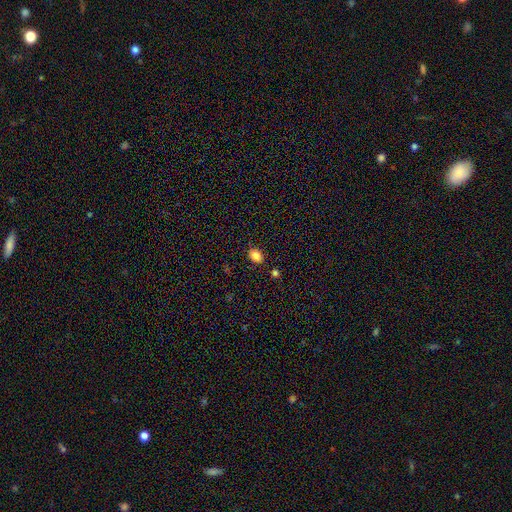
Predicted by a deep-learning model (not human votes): smooth-or-featured: smooth: 83% | star or artifact: 11% | featured or disk: 5%
  how-rounded: in between: 65% | round: 34% | cigar-shaped: 1%
  merging: none: 84% | minor disturbance: 10% | merger: 3% | major disturbance: 2%